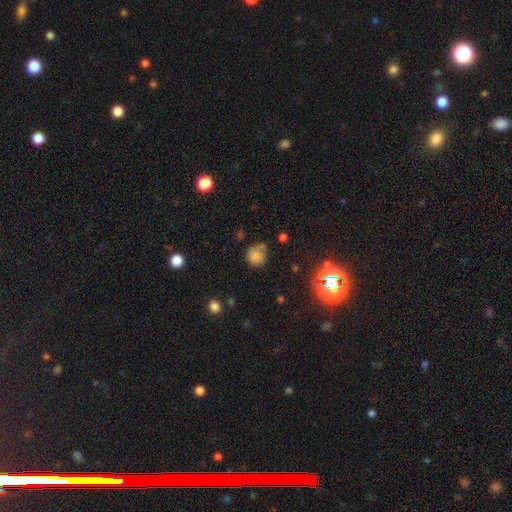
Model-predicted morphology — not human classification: smooth 76%, star or artifact 15%, featured or disk 9%. Down the decision tree: how rounded — round (81%); merging — none (51%).